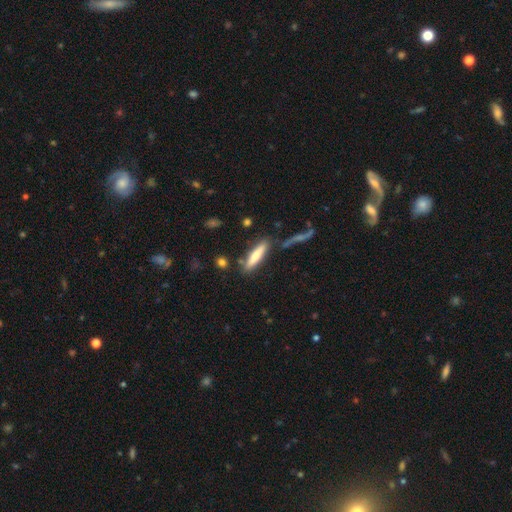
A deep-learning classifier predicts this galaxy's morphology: Q: Smooth or featured?
A: smooth (66%); runner-up: featured or disk (27%)
Q: How rounded?
A: cigar-shaped (79%); runner-up: in between (19%)
Q: Merging?
A: none (76%); runner-up: minor disturbance (13%)